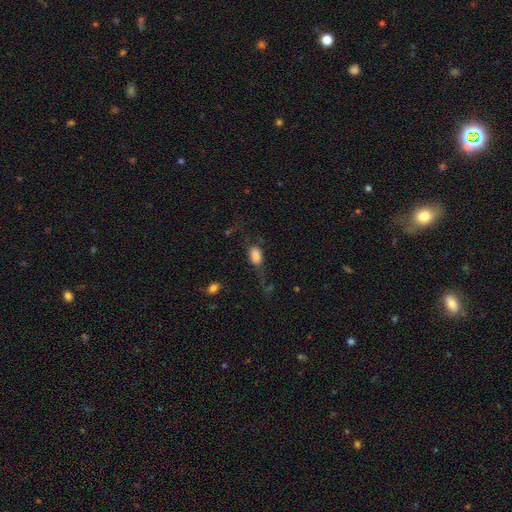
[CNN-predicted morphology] smooth-or-featured: smooth: 75% | featured or disk: 15% | star or artifact: 10%
  how-rounded: in between: 87% | round: 8% | cigar-shaped: 5%
  merging: none: 39% | major disturbance: 34% | minor disturbance: 23% | merger: 4%